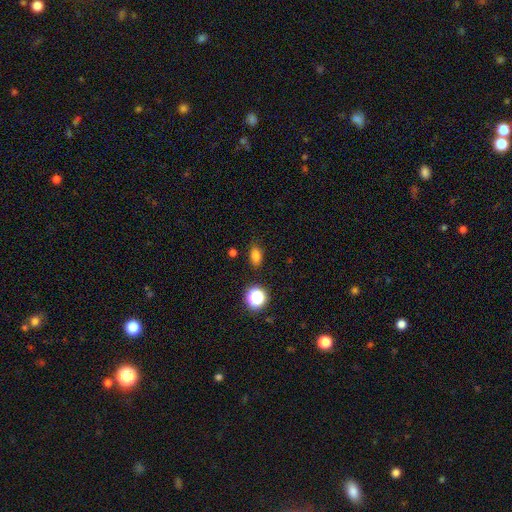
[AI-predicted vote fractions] Smooth or featured: smooth — 78% (star or artifact — 16%)
How rounded: in between — 79% (round — 18%)
Merging: none — 82% (minor disturbance — 13%)